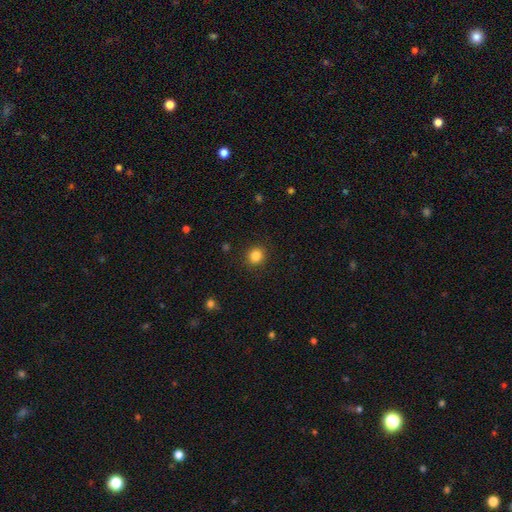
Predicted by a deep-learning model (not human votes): Q: Smooth or featured?
A: smooth (84%); runner-up: star or artifact (12%)
Q: How rounded?
A: round (86%); runner-up: in between (13%)
Q: Merging?
A: none (90%); runner-up: minor disturbance (7%)